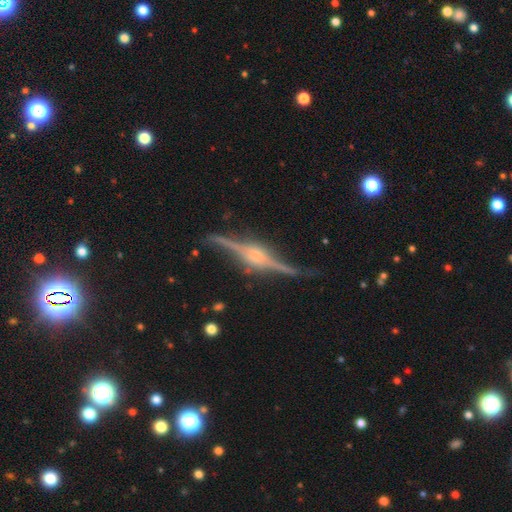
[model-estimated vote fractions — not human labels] Q: Smooth or featured?
A: featured or disk (90%); runner-up: star or artifact (5%)
Q: Edge-on disk?
A: yes (97%); runner-up: no (3%)
Q: Edge-on bulge?
A: rounded (81%); runner-up: boxy (15%)
Q: Merging?
A: none (84%); runner-up: minor disturbance (12%)